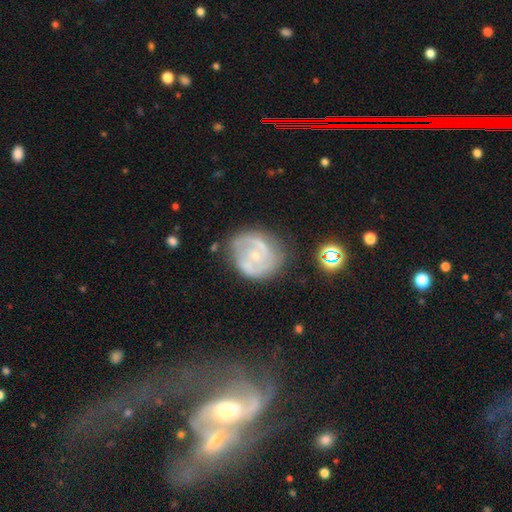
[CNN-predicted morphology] This is likely a featured or disk galaxy (77%). It is clearly not viewed edge-on (98%). Bar: likely no (61%). Spiral arm pattern: clearly yes (84%). Spiral arm count: likely 2 (60%). Spiral winding: marginally tight (43%). Central bulge: likely small (70%). Merging: likely none (61%).